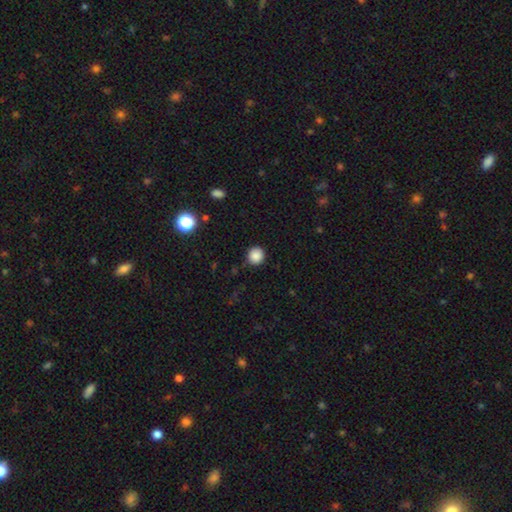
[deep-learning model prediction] smooth 86%, star or artifact 10%, featured or disk 3%. Down the decision tree: how rounded — round (92%); merging — none (90%).